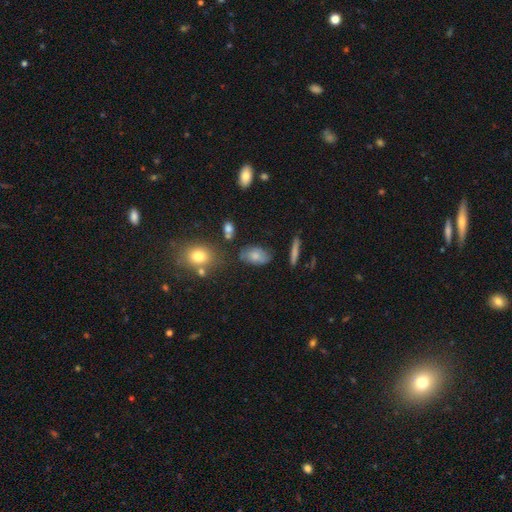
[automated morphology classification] A smooth galaxy with no disk features (70%) that is in between round and cigar-shaped (89%). Merging: none (70%).